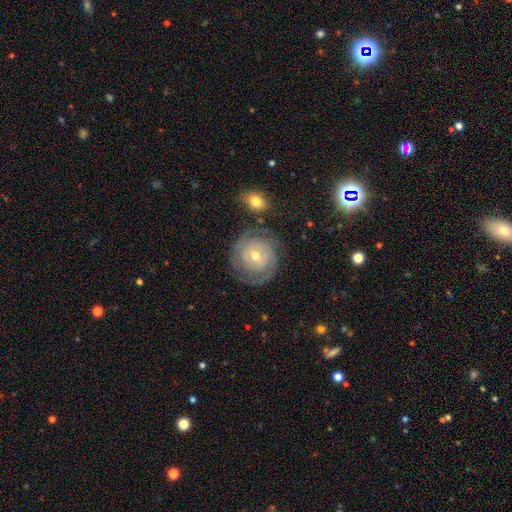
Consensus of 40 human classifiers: Smooth or featured? 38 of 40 (95%) said featured or disk. Edge-on disk? 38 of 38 (100%) said no. Bar? 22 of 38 (58%) said no. Spiral arms? 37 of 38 (97%) said yes. Spiral winding? 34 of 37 (92%) said tight. Spiral arm count? 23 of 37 (62%) said 2. Bulge size? 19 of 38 (50%) said moderate. Merging? 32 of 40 (80%) said none.